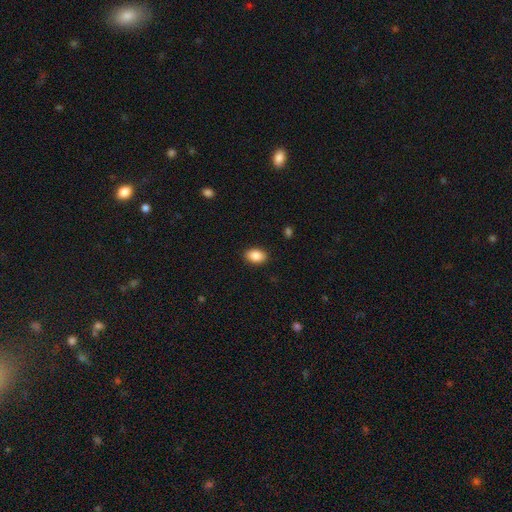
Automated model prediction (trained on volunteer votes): smooth_or_featured: smooth (p=0.88) [alt: star or artifact p=0.07]
how_rounded: in between (p=0.87) [alt: round p=0.12]
merging: none (p=0.89) [alt: minor disturbance p=0.08]